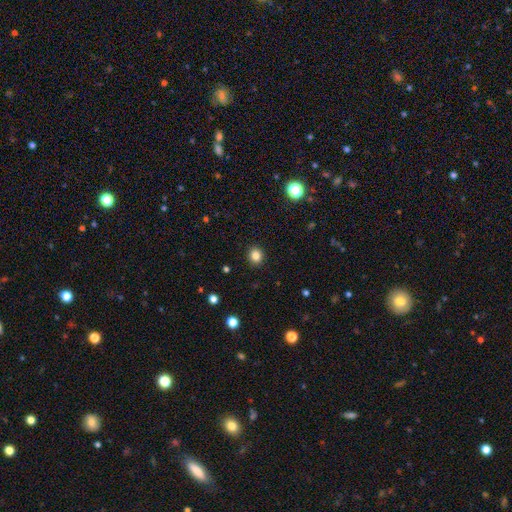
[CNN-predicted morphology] Smooth or featured? Predicted: smooth (p=0.83). How rounded? Predicted: round (p=0.80). Merging? Predicted: none (p=0.92).